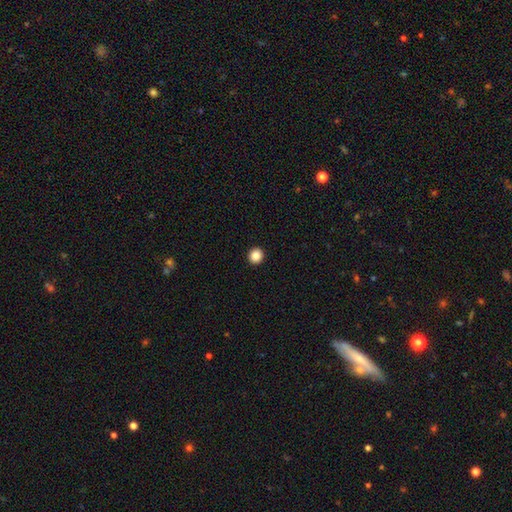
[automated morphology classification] smooth 86%, star or artifact 10%, featured or disk 4%. Down the decision tree: how rounded — round (92%); merging — none (94%).